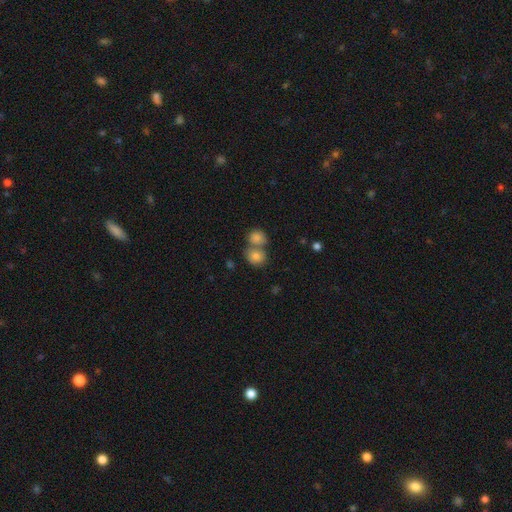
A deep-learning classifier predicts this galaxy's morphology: type=smooth (80%); roundness=round (74%); merging=merger (47%).